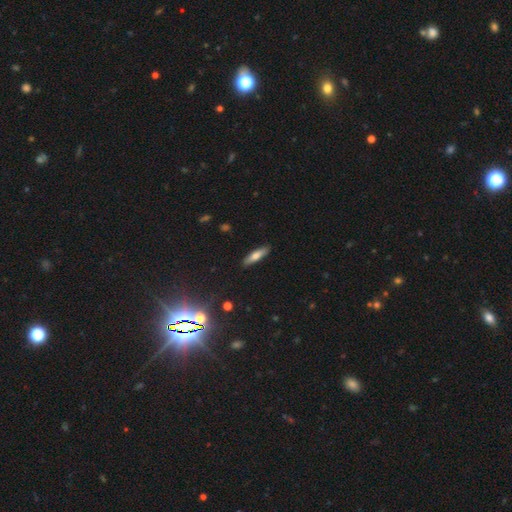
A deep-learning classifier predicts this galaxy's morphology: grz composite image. It shows a smooth galaxy with no disk features (65%) that is cigar-shaped (73%). Merging: none (89%).